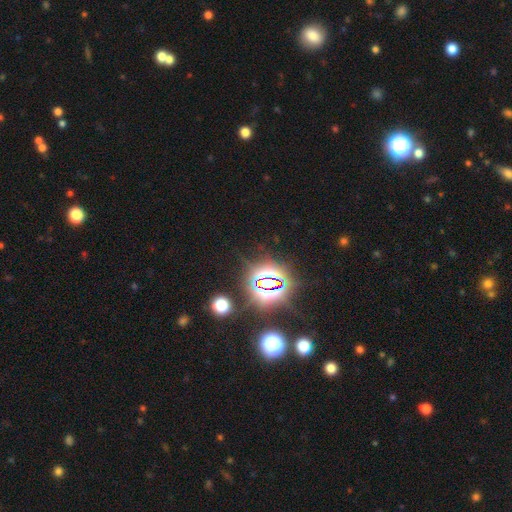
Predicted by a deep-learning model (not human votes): Q: Smooth or featured?
A: star or artifact (80%); runner-up: smooth (14%)